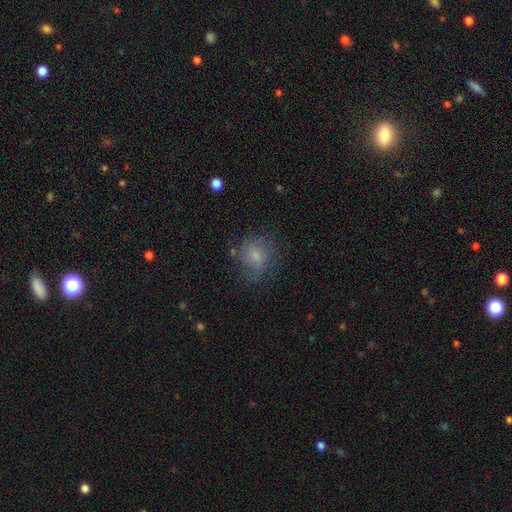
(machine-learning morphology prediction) A smooth galaxy with no disk features (62%) that is round (73%). Merging: none (62%).